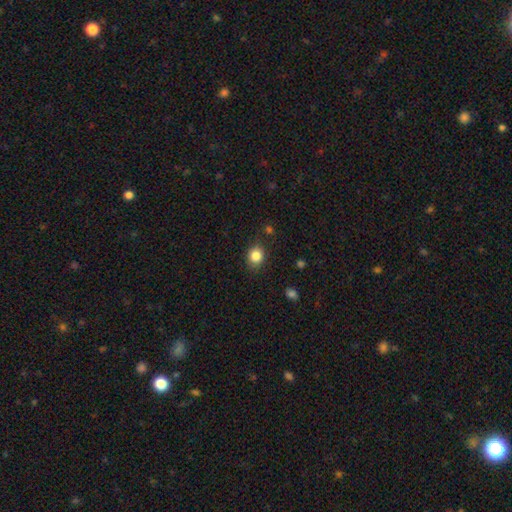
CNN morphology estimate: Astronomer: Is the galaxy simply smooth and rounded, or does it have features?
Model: smooth — 84%.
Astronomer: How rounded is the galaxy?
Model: round — 70%.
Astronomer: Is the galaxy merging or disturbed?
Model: none — 82%.